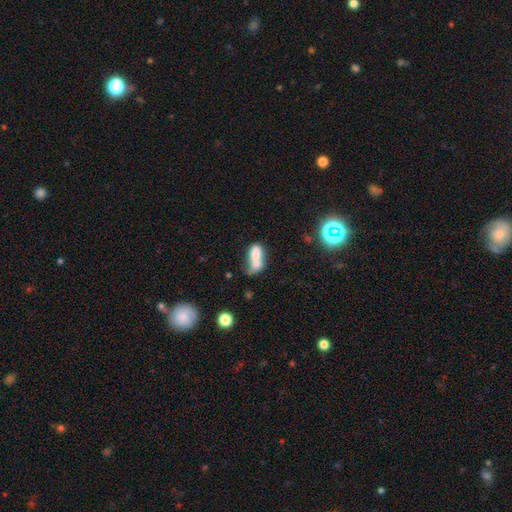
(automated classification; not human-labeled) Smooth or featured? smooth (68%)
How rounded? in between (77%)
Merging? merger (69%)